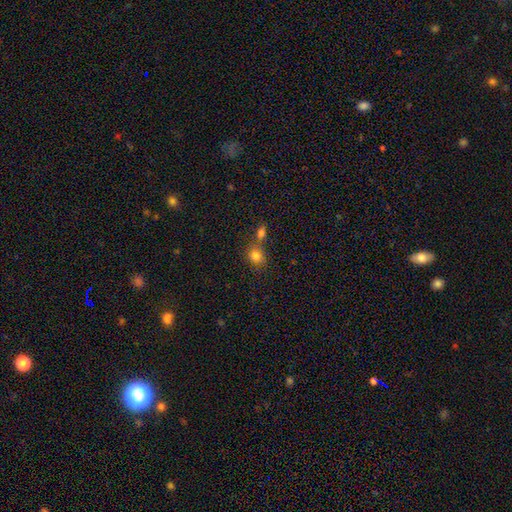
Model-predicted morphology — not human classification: Q: Smooth or featured?
A: smooth (80%); runner-up: star or artifact (12%)
Q: How rounded?
A: round (74%); runner-up: in between (25%)
Q: Merging?
A: none (55%); runner-up: merger (31%)